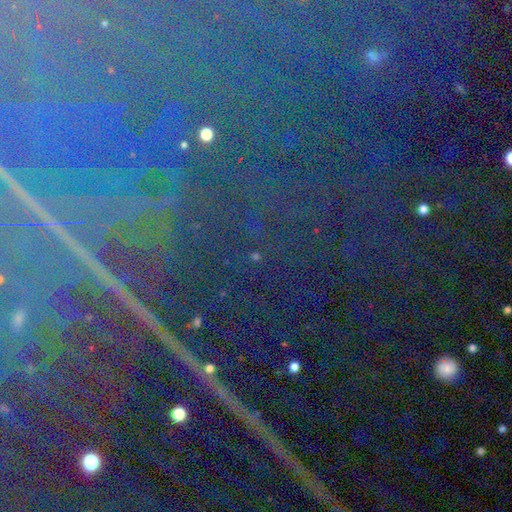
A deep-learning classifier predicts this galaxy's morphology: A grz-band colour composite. It shows a star or artifact, not a galaxy (84%).